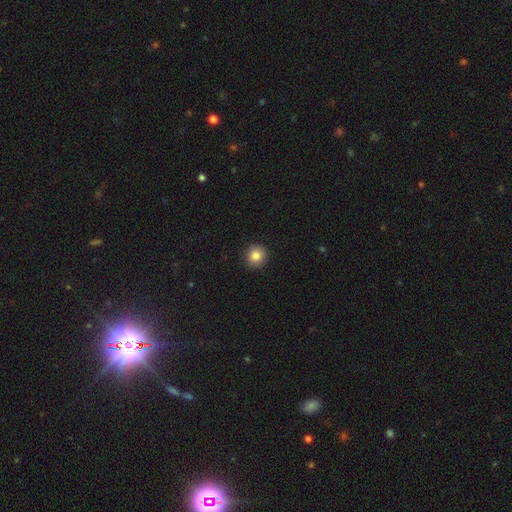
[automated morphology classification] This is clearly a smooth galaxy (85%). How rounded: clearly round (93%). Merging: clearly none (92%).